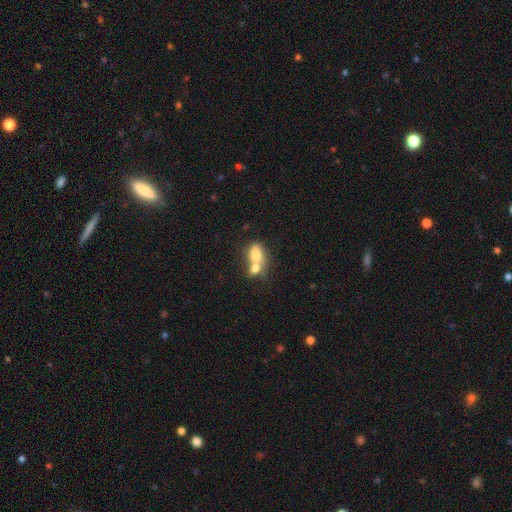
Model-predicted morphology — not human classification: Overall: smooth (74%). How rounded: in between (78%). Merging: merger (65%).